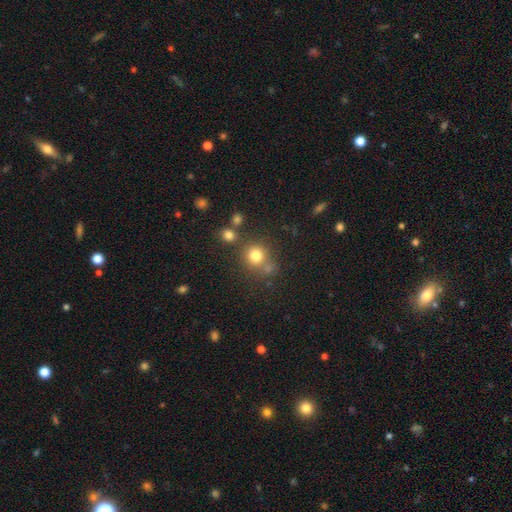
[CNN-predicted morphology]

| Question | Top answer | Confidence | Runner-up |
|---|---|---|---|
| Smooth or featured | smooth | 78% | star or artifact (15%) |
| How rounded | round | 88% | in between (11%) |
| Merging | none | 68% | merger (17%) |